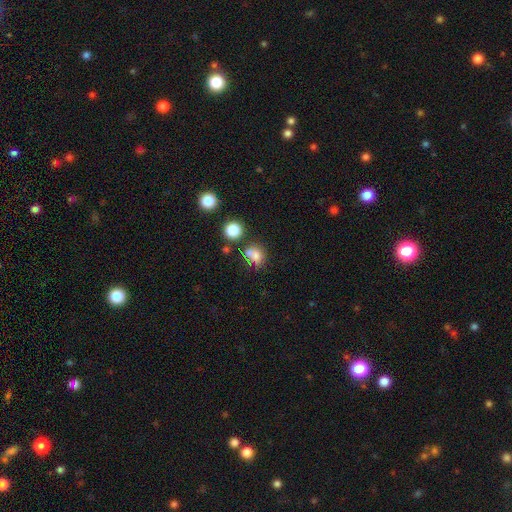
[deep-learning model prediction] Smooth or featured? smooth (65%)
How rounded? round (74%)
Merging? none (61%)